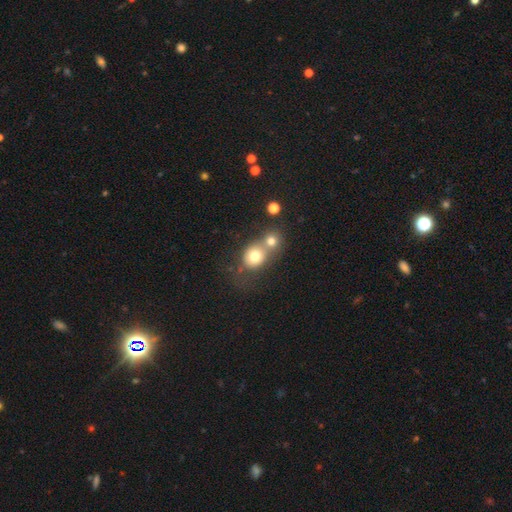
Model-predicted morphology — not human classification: The model was most divided on "merging": merger: 56%, none: 32%, minor disturbance: 8%, major disturbance: 4%. More confident: smooth or featured — smooth (74%); how rounded — round (71%).